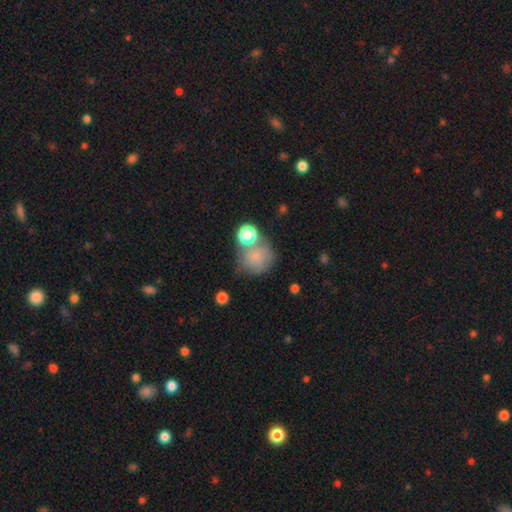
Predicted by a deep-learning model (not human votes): Smooth or featured? smooth (73%)
How rounded? round (83%)
Merging? none (45%)